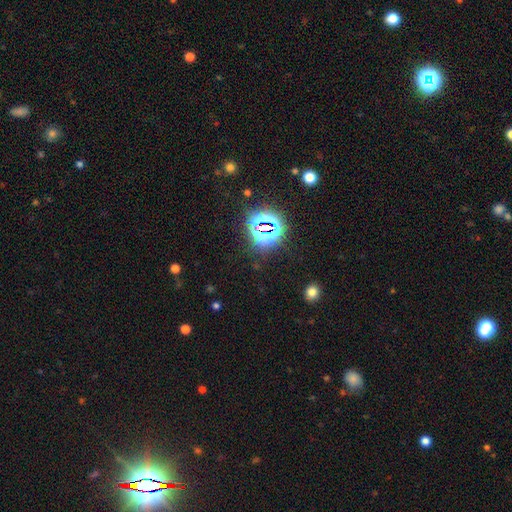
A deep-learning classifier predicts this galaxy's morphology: type=star or artifact (80%).